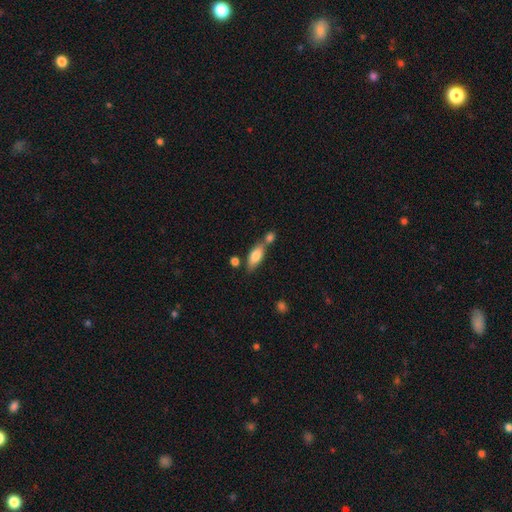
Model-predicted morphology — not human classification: A smooth galaxy with no disk features (75%) that is in between round and cigar-shaped (73%).

Vote fractions:
- Smooth or featured? smooth: 75% / featured or disk: 19% / star or artifact: 7%
- How rounded? in between: 73% / cigar-shaped: 24% / round: 3%
- Merging? none: 49% / merger: 33% / minor disturbance: 14% / major disturbance: 4%